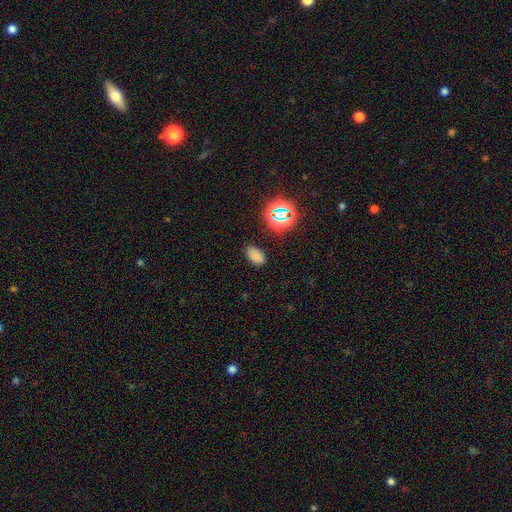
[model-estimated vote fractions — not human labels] This is likely a smooth galaxy (75%). How rounded: clearly in between (90%). Merging: clearly none (84%).